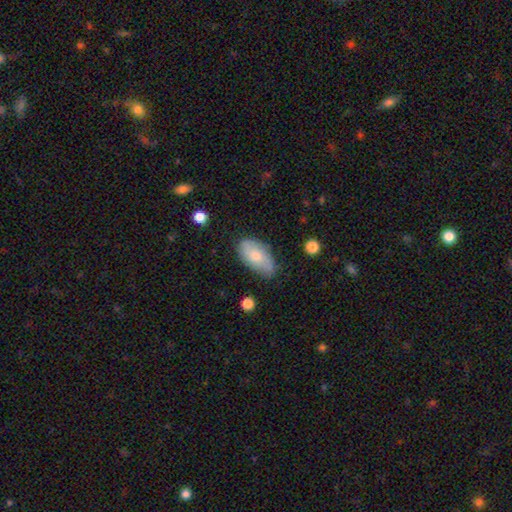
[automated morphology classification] type=smooth (65%); roundness=in between (93%); merging=none (68%).